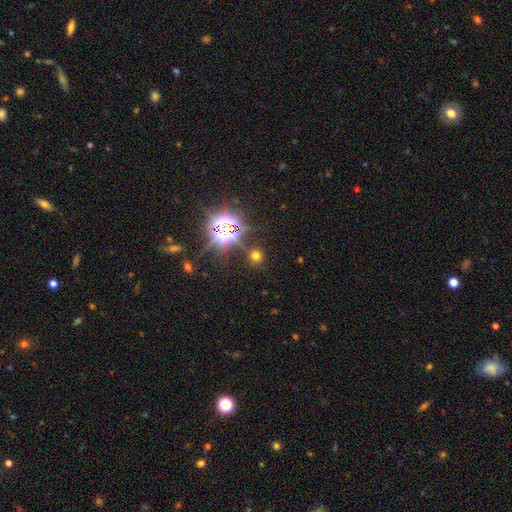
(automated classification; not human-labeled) smooth_or_featured: smooth (p=0.47) [alt: star or artifact p=0.45]
merging: none (p=0.78) [alt: minor disturbance p=0.10]